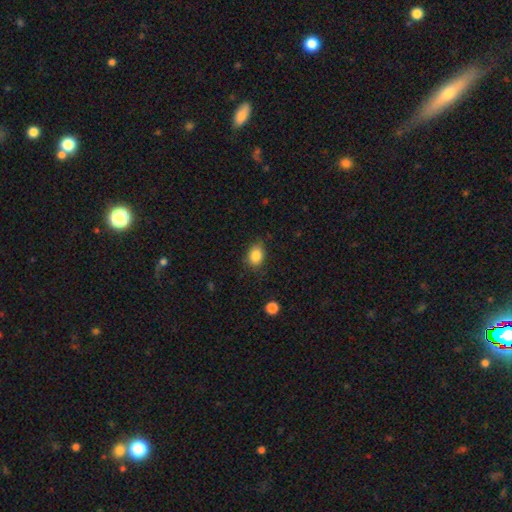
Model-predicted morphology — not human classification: smooth 85%, star or artifact 10%, featured or disk 6%. Down the decision tree: how rounded — in between (62%); merging — none (76%).